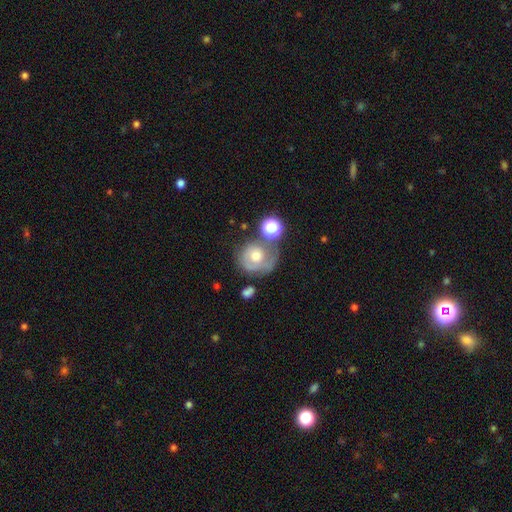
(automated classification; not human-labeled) Morphology: type=featured or disk (48%); merging=none (43%).